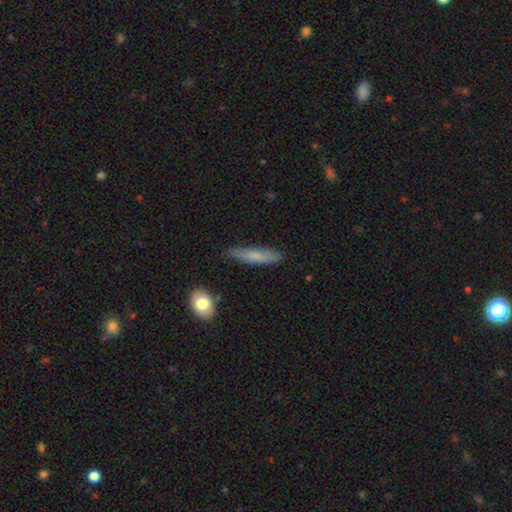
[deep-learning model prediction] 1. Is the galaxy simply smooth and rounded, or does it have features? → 72% smooth, 21% featured or disk, 7% star or artifact.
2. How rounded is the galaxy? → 84% cigar-shaped, 14% in between, 2% round.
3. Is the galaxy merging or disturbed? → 81% none, 15% minor disturbance, 3% major disturbance, 2% merger.